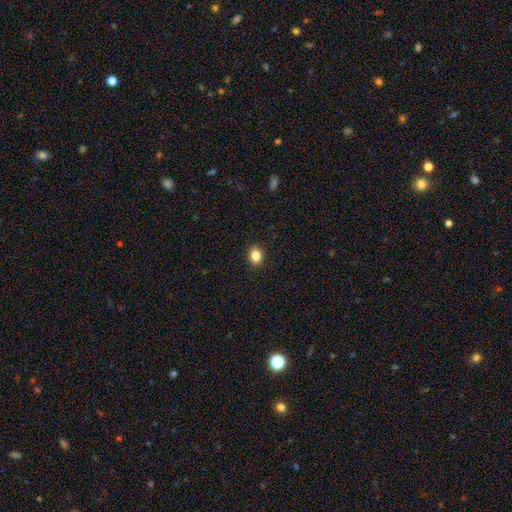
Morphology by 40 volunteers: This is likely a smooth galaxy (78%). How rounded: possibly round (52%). Merging: clearly none (97%).